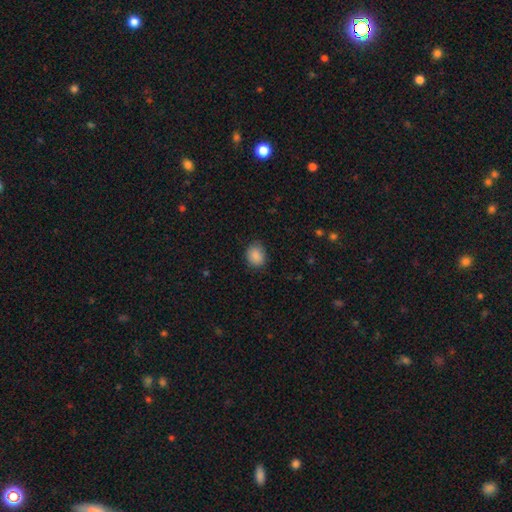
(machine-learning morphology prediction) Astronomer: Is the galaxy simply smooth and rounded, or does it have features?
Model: smooth — 88%.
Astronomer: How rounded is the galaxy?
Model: round — 51% (runner-up: in between, 48%).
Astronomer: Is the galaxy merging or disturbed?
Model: none — 80%.